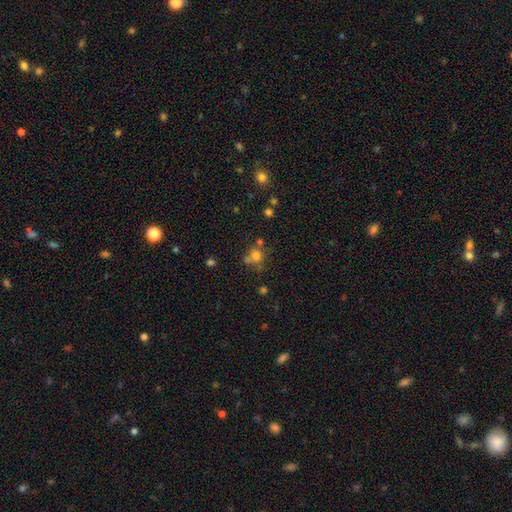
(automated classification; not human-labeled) Overall: smooth (69%). How rounded: round (75%). Merging: none (48%; merger 29%).